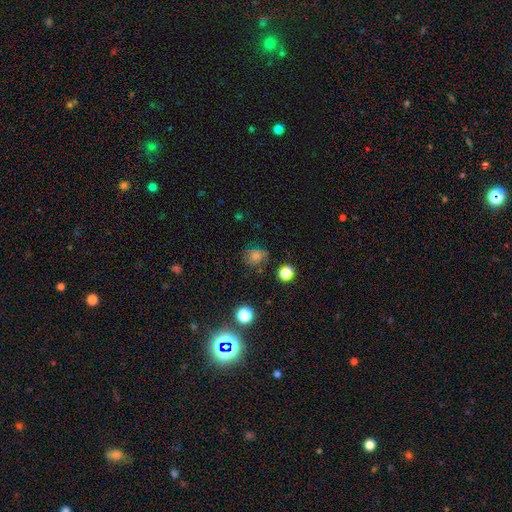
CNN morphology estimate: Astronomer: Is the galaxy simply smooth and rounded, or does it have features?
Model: smooth — 42% (runner-up: star or artifact, 32%).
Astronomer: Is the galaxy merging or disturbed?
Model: none — 73%.